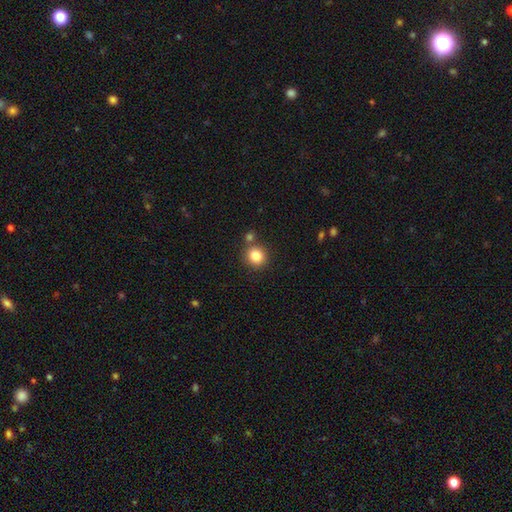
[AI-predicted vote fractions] Smooth or featured? smooth (84%)
How rounded? round (87%)
Merging? none (75%)